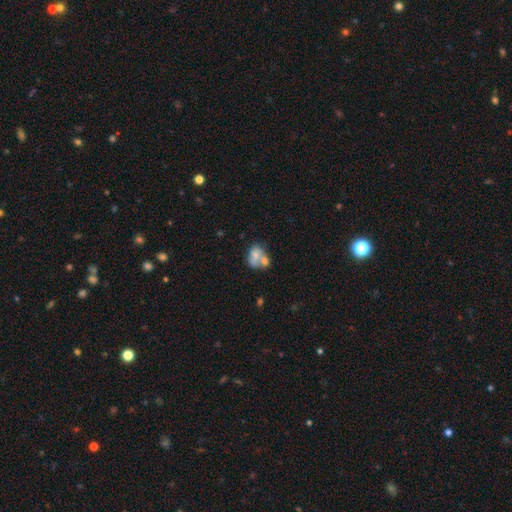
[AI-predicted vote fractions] Smooth or featured? smooth (61%)
How rounded? in between (67%)
Merging? merger (59%)